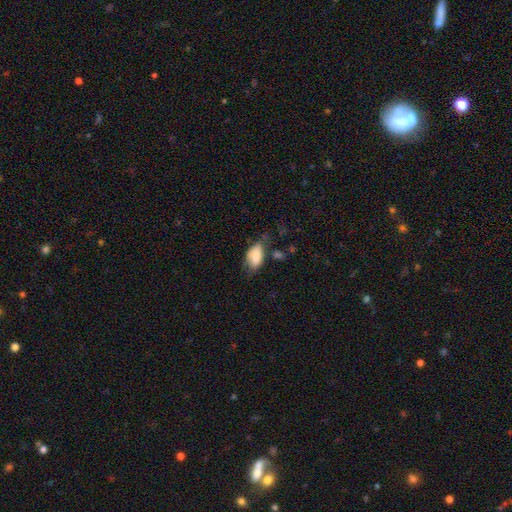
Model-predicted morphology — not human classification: Smooth or featured: smooth — 76% (featured or disk — 18%)
How rounded: in between — 92% (round — 4%)
Merging: none — 45% (minor disturbance — 34%)